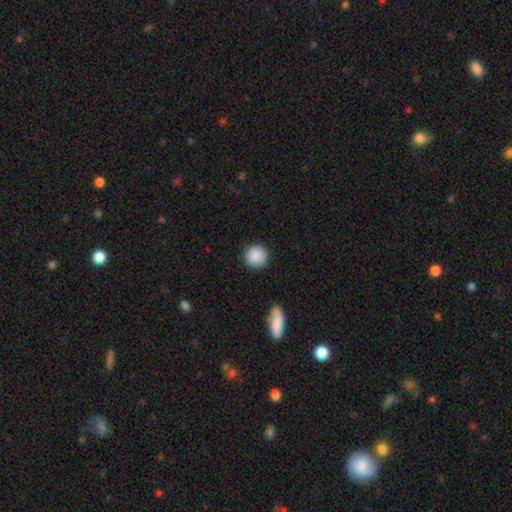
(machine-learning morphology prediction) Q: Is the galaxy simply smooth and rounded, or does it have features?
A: smooth — 89%.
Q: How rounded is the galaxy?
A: round — 94%.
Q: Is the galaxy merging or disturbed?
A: none — 91%.